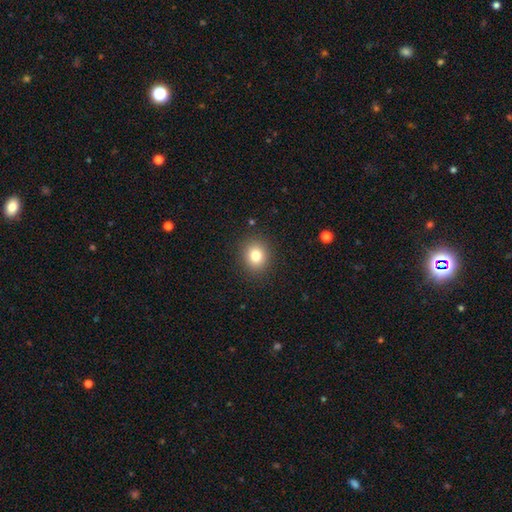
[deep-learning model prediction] Smooth or featured? Predicted: smooth (p=0.81). How rounded? Predicted: round (p=0.75). Merging? Predicted: none (p=0.89).